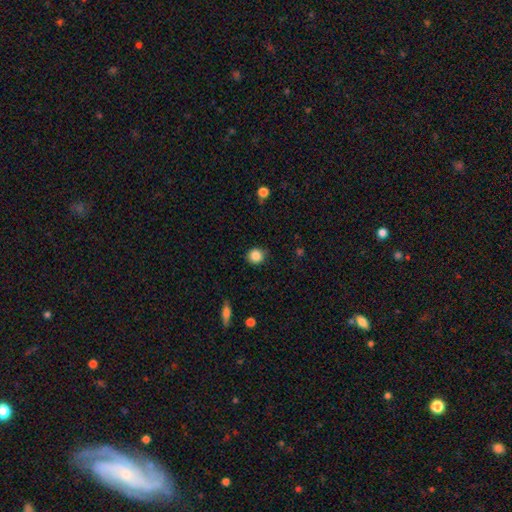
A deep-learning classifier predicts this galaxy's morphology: Smooth or featured: smooth — 87% (star or artifact — 9%)
How rounded: round — 90% (in between — 9%)
Merging: none — 87% (minor disturbance — 10%)